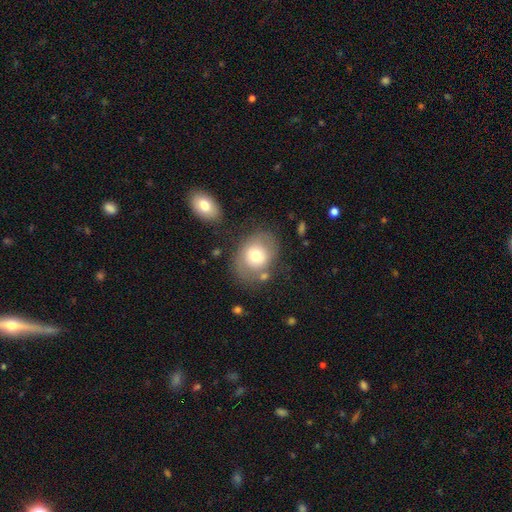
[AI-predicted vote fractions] smooth_or_featured: smooth (p=0.61) [alt: featured or disk p=0.30]
how_rounded: round (p=0.50) [alt: in between p=0.49]
merging: none (p=0.63) [alt: minor disturbance p=0.19]